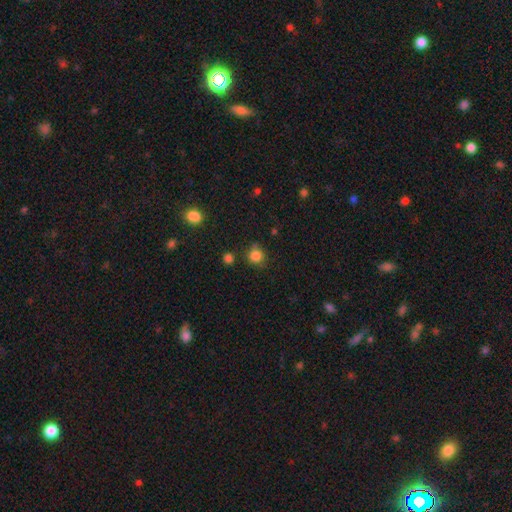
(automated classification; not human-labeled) Morphology: type=smooth (82%); roundness=round (90%); merging=none (76%).